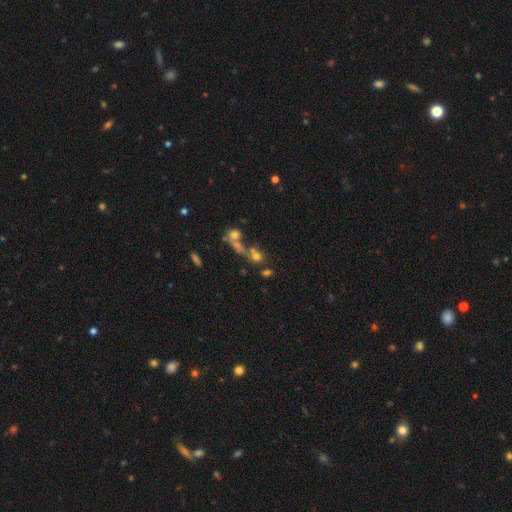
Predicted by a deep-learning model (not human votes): smooth_or_featured: smooth (p=0.53) [alt: star or artifact p=0.24]
how_rounded: round (p=0.68) [alt: in between p=0.27]
merging: merger (p=0.45) [alt: none p=0.36]